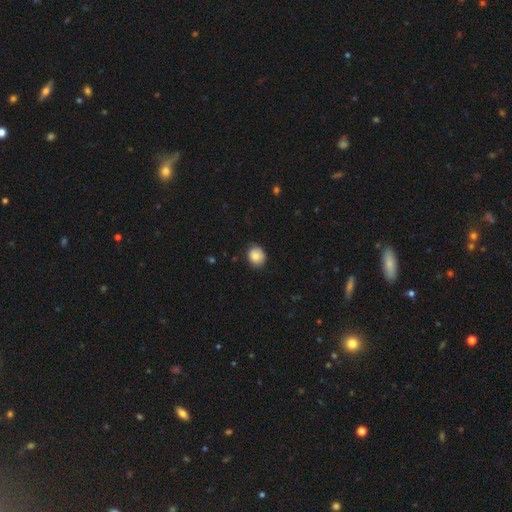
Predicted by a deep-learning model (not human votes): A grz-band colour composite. It shows a smooth galaxy with no disk features (83%) that is round (75%). Merging: none (82%).